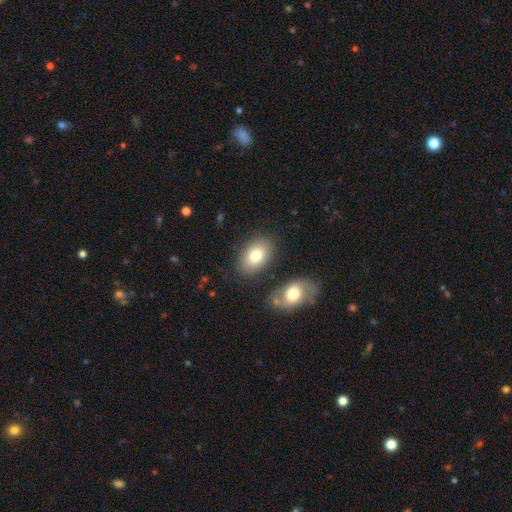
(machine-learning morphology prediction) This is likely a smooth galaxy (78%). How rounded: clearly in between (88%). Merging: likely none (79%).